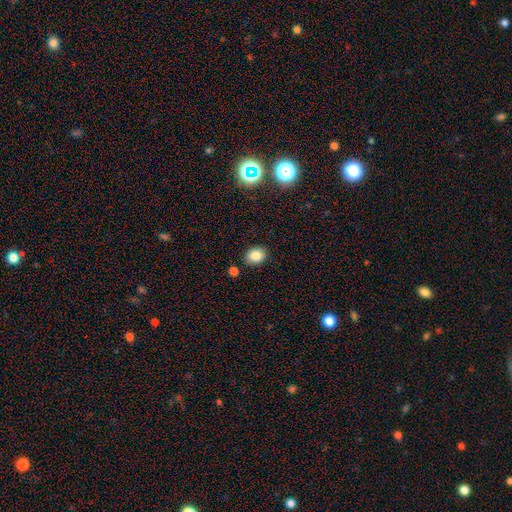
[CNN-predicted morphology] smooth 84%, star or artifact 10%, featured or disk 6%. Down the decision tree: how rounded — round (53%); merging — none (85%).